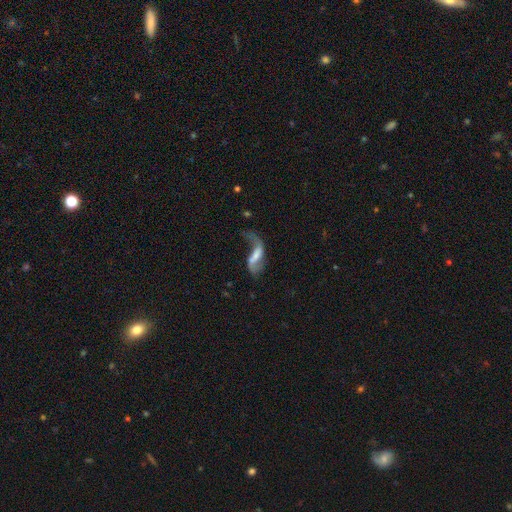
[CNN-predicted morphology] type=featured or disk (73%); edge-on=no (93%); bar=weak (40%); spiral arms=yes (83%); winding=loose (89%); arm count=2 (75%); bulge=small (37%); merging=major disturbance (40%).